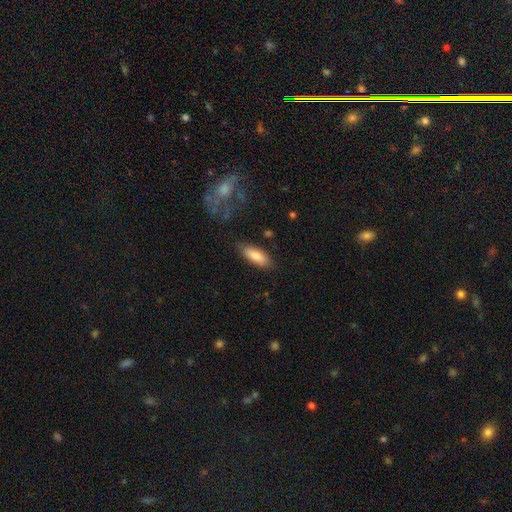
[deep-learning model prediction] The model was most divided on "how rounded": in between: 68%, cigar-shaped: 30%, round: 2%. More confident: smooth or featured — smooth (82%); merging — none (81%).